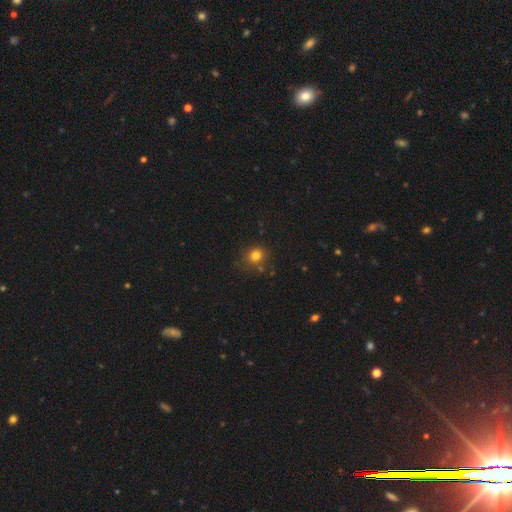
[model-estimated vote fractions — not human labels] Smooth or featured: smooth — 79% (star or artifact — 14%)
How rounded: round — 81% (in between — 18%)
Merging: none — 77% (minor disturbance — 14%)